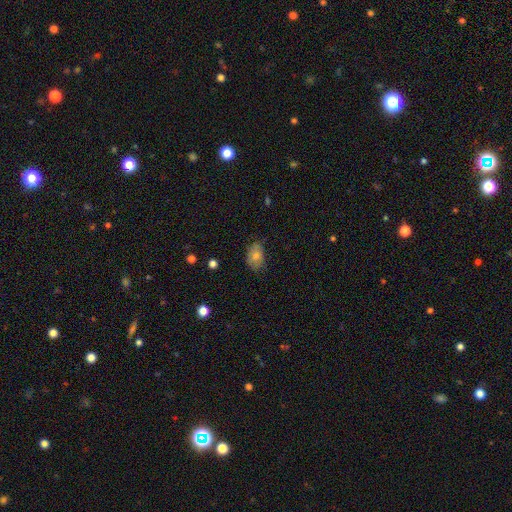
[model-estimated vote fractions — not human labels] smooth_or_featured: smooth (p=0.58) [alt: featured or disk p=0.29]
how_rounded: in between (p=0.79) [alt: round p=0.19]
merging: none (p=0.71) [alt: minor disturbance p=0.22]